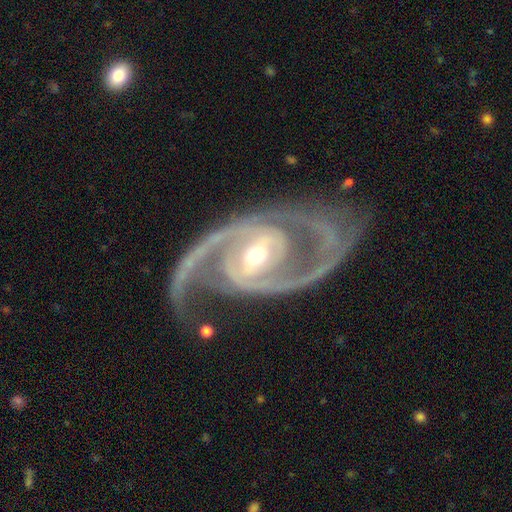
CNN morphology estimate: featured or disk 93%, star or artifact 4%, smooth 3%. Down the decision tree: edge-on disk — no (97%); bar — strong (38%, tied with weak); spiral arms — yes (97%); spiral arm count — 2 (90%); spiral winding — medium (48%); bulge size — moderate (59%); merging — none (62%).